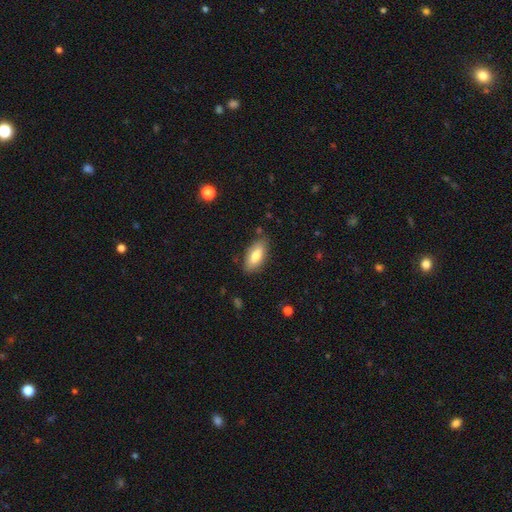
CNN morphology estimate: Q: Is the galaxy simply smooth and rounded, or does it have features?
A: smooth — 75%.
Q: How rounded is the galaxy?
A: in between — 85%.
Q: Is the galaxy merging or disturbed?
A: none — 82%.